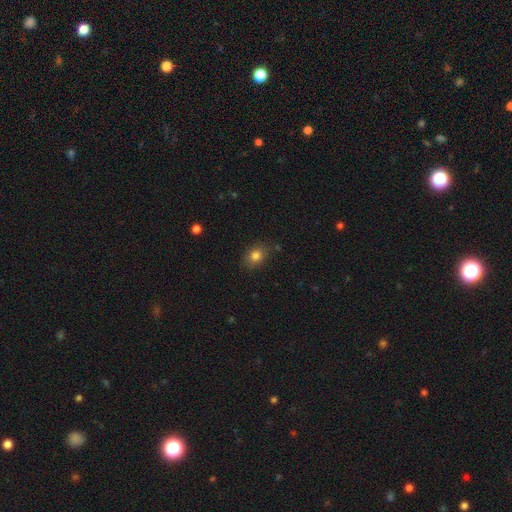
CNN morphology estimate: Overall: smooth (81%). How rounded: in between (61%; round 38%). Merging: none (82%).